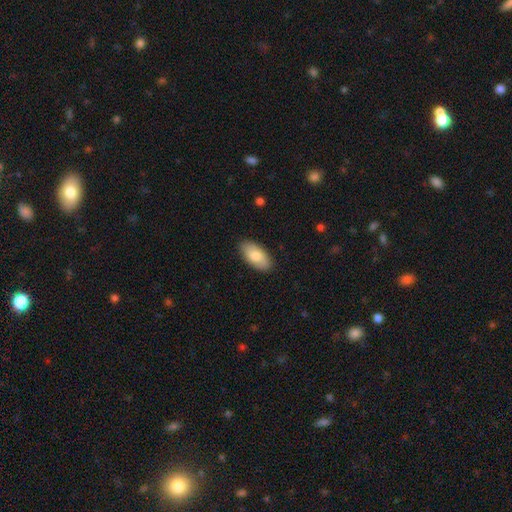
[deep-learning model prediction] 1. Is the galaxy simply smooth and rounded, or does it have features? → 79% smooth, 15% featured or disk, 5% star or artifact.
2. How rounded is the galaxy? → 94% in between, 4% cigar-shaped, 2% round.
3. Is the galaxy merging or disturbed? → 87% none, 10% minor disturbance, 2% major disturbance, 1% merger.